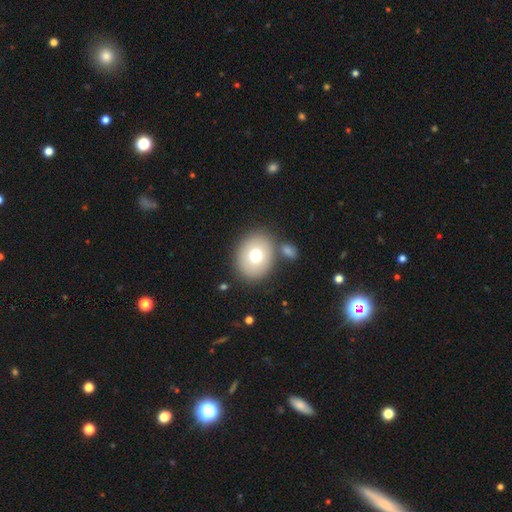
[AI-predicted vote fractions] A smooth galaxy with no disk features (73%) that is round (57%). Merging: none (75%).